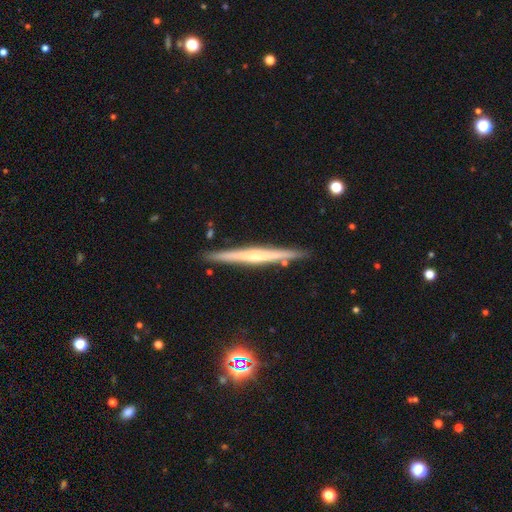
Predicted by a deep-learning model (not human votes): Smooth or featured? featured or disk (69%)
Edge-on disk? yes (98%)
Edge-on bulge? rounded (51%)
Merging? none (90%)